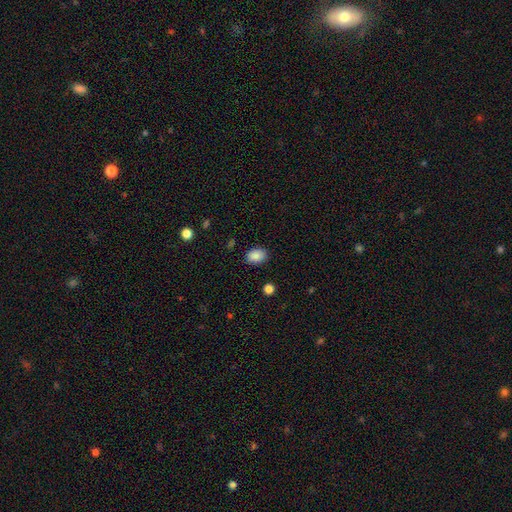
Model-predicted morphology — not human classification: Smooth or featured? smooth (88%)
How rounded? in between (75%)
Merging? none (85%)